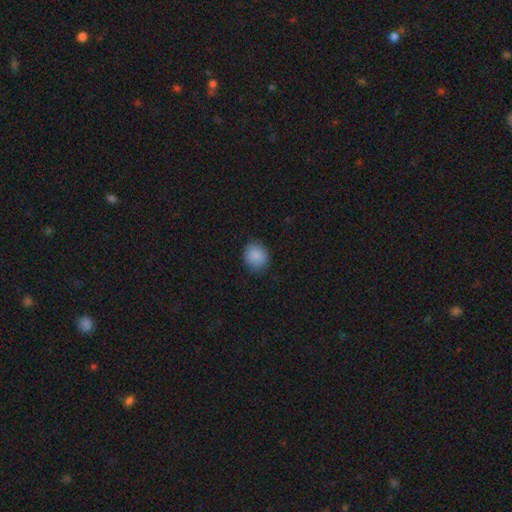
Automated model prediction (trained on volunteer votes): smooth-or-featured: smooth: 87% | star or artifact: 8% | featured or disk: 4%
  how-rounded: round: 78% | in between: 21% | cigar-shaped: 1%
  merging: none: 82% | minor disturbance: 14% | major disturbance: 3% | merger: 1%